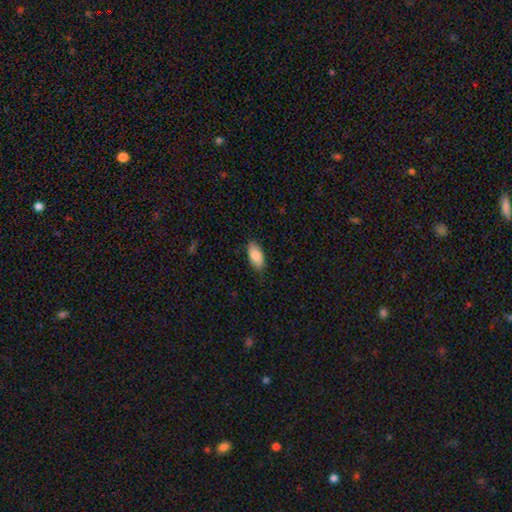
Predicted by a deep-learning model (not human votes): Smooth or featured: smooth — 85% (featured or disk — 9%)
How rounded: in between — 93% (cigar-shaped — 5%)
Merging: none — 81% (minor disturbance — 15%)